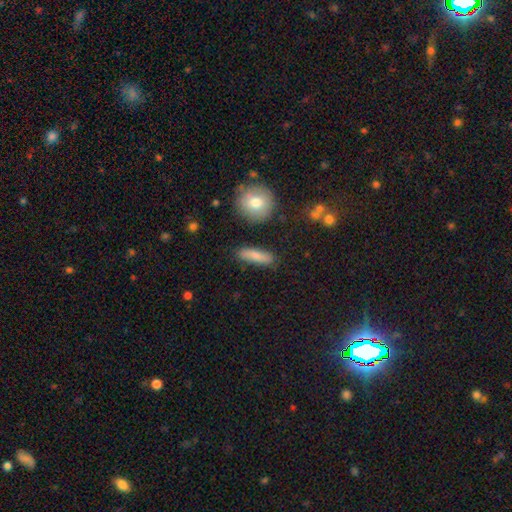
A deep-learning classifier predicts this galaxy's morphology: smooth 80%, featured or disk 13%, star or artifact 7%. Down the decision tree: how rounded — cigar-shaped (61%); merging — none (84%).